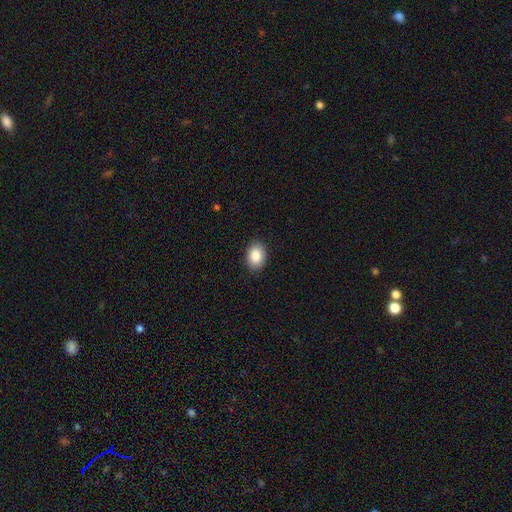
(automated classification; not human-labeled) Morphology: type=smooth (87%); roundness=in between (75%); merging=none (89%).